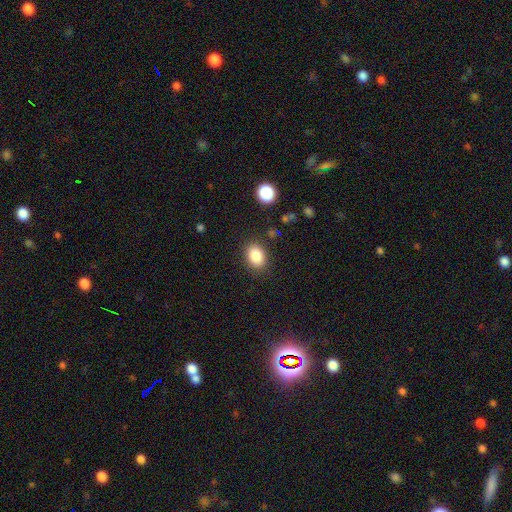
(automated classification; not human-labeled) Q: Smooth or featured?
A: smooth (86%); runner-up: star or artifact (9%)
Q: How rounded?
A: in between (71%); runner-up: round (28%)
Q: Merging?
A: none (86%); runner-up: minor disturbance (10%)